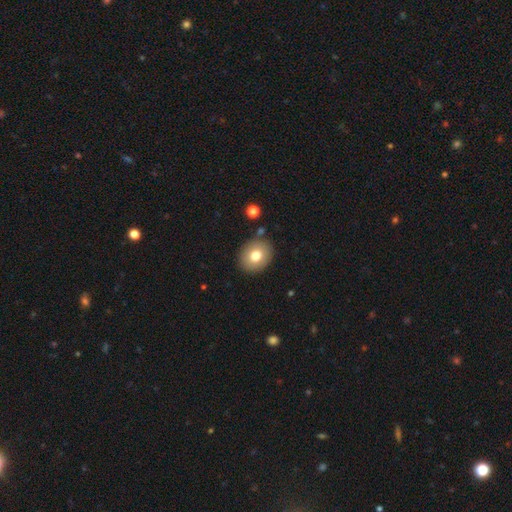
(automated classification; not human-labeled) Smooth or featured: smooth — 76% (featured or disk — 15%)
How rounded: round — 66% (in between — 34%)
Merging: none — 86% (minor disturbance — 8%)